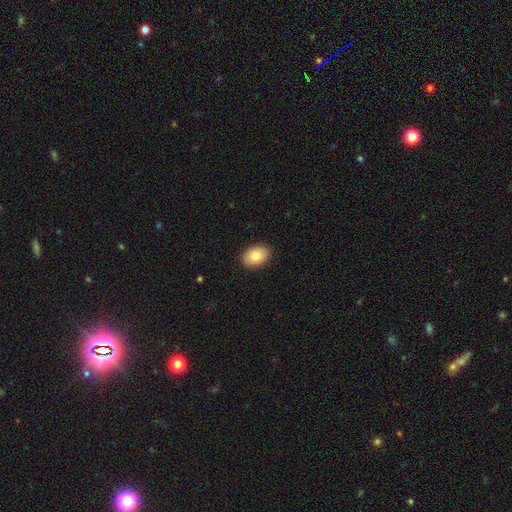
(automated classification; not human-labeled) smooth_or_featured: smooth (p=0.83) [alt: featured or disk p=0.10]
how_rounded: in between (p=0.81) [alt: round p=0.18]
merging: none (p=0.90) [alt: minor disturbance p=0.07]